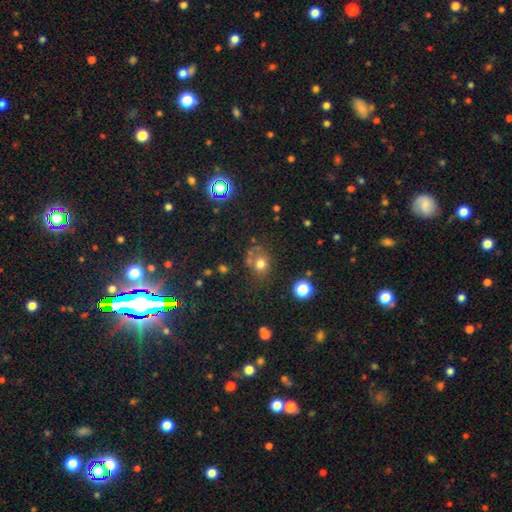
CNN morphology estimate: The model was most divided on "smooth or featured": smooth: 61%, star or artifact: 27%, featured or disk: 12%. More confident: how rounded — round (68%); merging — none (57%).